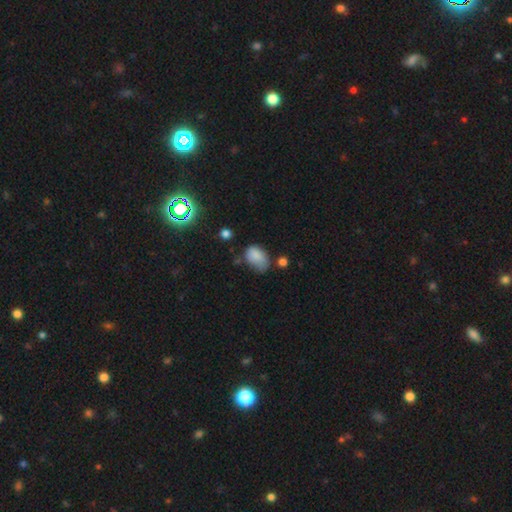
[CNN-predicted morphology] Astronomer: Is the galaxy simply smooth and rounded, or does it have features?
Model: smooth — 80%.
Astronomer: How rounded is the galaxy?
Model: in between — 85%.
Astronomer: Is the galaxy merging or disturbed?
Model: minor disturbance — 41% (runner-up: none, 38%).